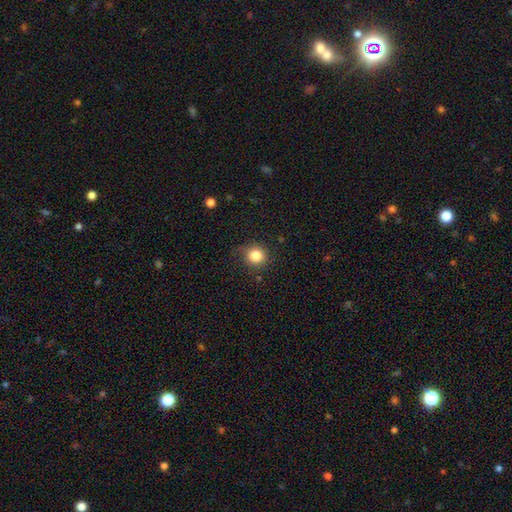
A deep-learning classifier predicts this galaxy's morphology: Smooth or featured? smooth (82%)
How rounded? round (90%)
Merging? none (77%)